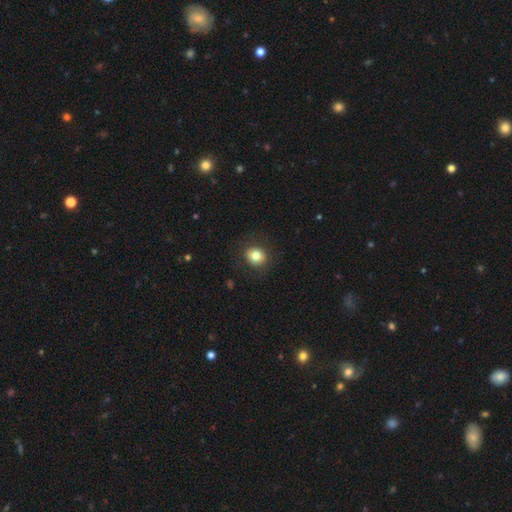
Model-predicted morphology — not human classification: smooth 82%, star or artifact 10%, featured or disk 9%. Down the decision tree: how rounded — round (73%); merging — none (85%).